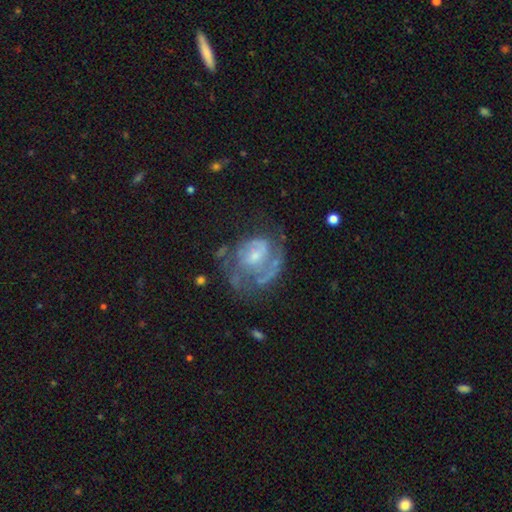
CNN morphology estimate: The model was most divided on "spiral winding" (2-way tie): medium: 41%, tight: 41%, loose: 18%. Remaining: edge-on disk — no (98%); spiral arms — yes (82%); smooth or featured — featured or disk (79%); bulge size — small (54%); bar — no (53%); merging — none (47%); spiral arm count — 2 (35%).